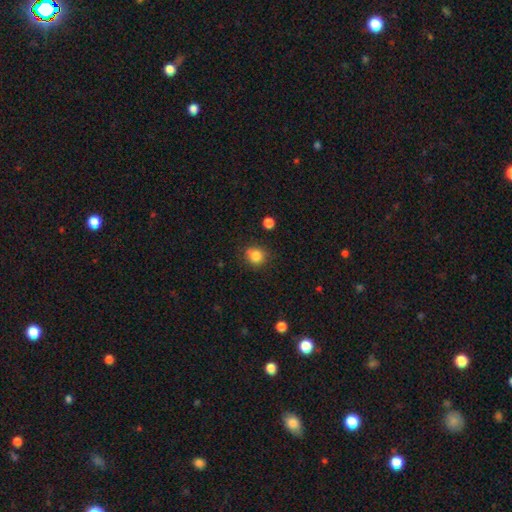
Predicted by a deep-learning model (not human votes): Morphology: type=smooth (84%); roundness=round (86%); merging=none (80%).